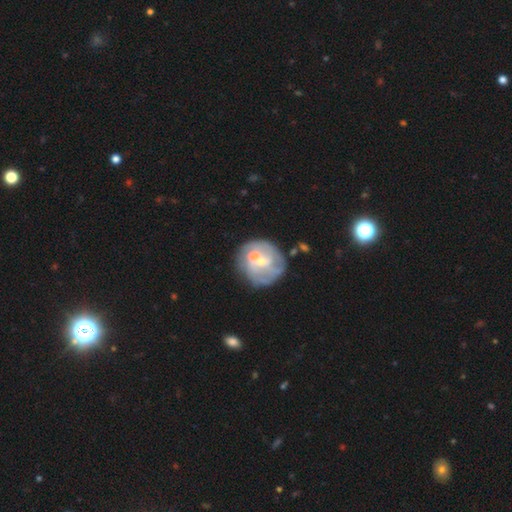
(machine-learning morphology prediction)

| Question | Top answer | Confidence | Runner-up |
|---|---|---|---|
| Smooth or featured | featured or disk | 62% | smooth (29%) |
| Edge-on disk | no | 97% | yes (3%) |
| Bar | no | 62% | weak (31%) |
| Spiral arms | yes | 50% | tied: no (50%) |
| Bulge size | moderate | 46% | small (43%) |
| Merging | none | 51% | merger (25%) |